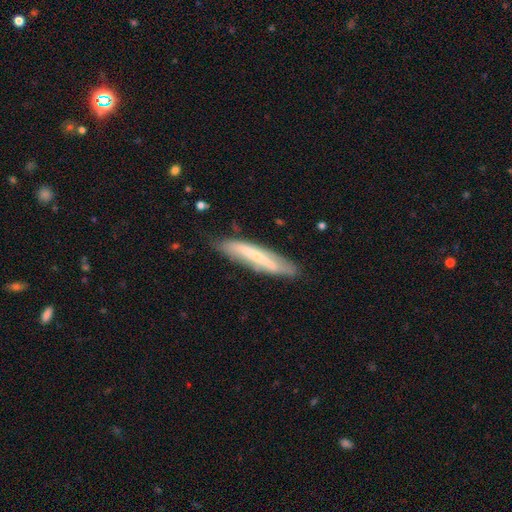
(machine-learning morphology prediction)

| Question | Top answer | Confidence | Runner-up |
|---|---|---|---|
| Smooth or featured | featured or disk | 51% | smooth (42%) |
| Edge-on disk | yes | 64% | no (36%) |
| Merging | none | 72% | minor disturbance (21%) |